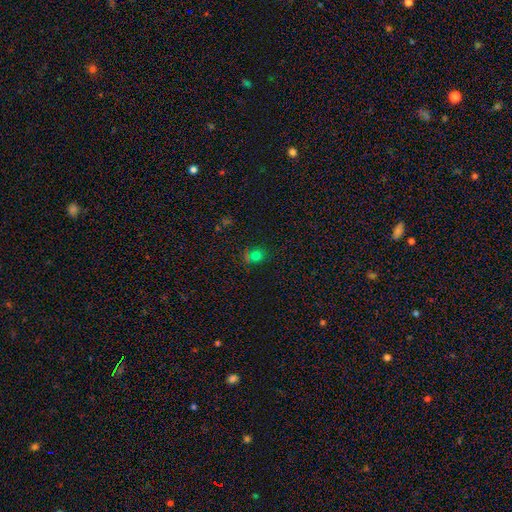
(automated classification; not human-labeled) A smooth galaxy with no disk features (65%) that is round (75%).

Vote fractions:
- Smooth or featured? smooth: 65% / star or artifact: 28% / featured or disk: 7%
- How rounded? round: 75% / in between: 24% / cigar-shaped: 1%
- Merging? none: 69% / minor disturbance: 15% / merger: 10% / major disturbance: 6%